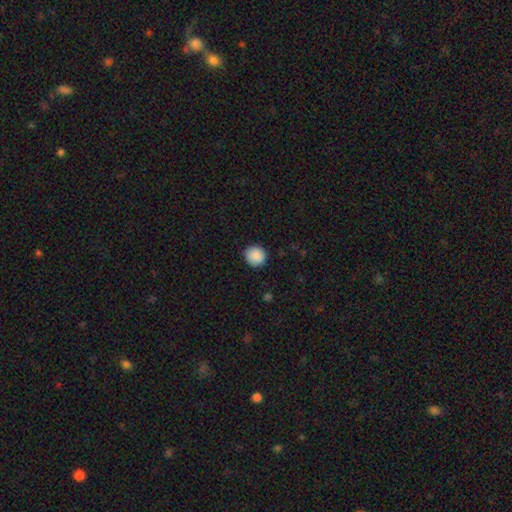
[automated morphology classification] type=smooth (89%); roundness=round (92%); merging=none (89%).